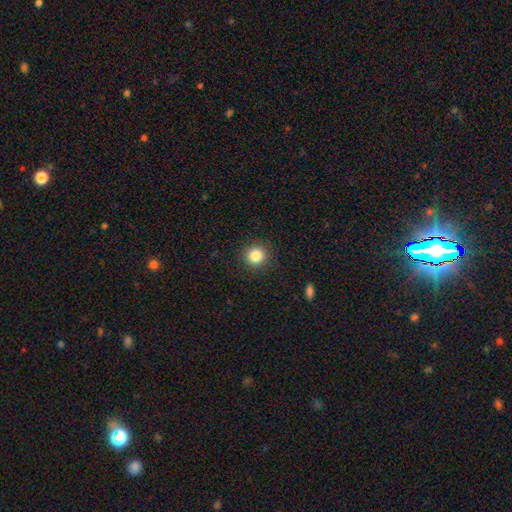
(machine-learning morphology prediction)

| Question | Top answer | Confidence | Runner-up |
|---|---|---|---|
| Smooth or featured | smooth | 85% | star or artifact (11%) |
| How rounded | round | 94% | in between (5%) |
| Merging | none | 91% | minor disturbance (6%) |